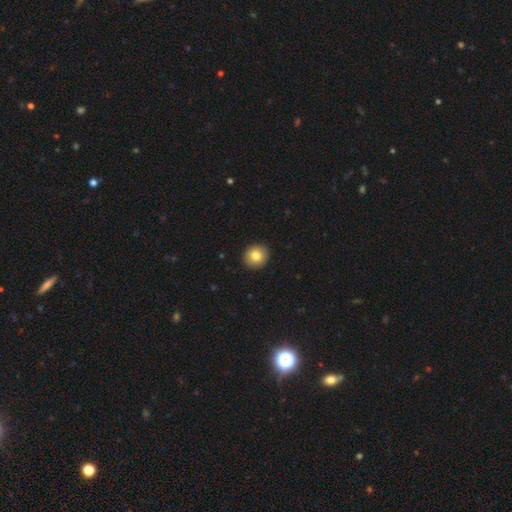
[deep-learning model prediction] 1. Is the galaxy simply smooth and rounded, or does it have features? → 83% smooth, 9% featured or disk, 9% star or artifact.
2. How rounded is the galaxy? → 85% round, 14% in between, 1% cigar-shaped.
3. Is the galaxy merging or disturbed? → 92% none, 6% minor disturbance, 1% major disturbance, 1% merger.